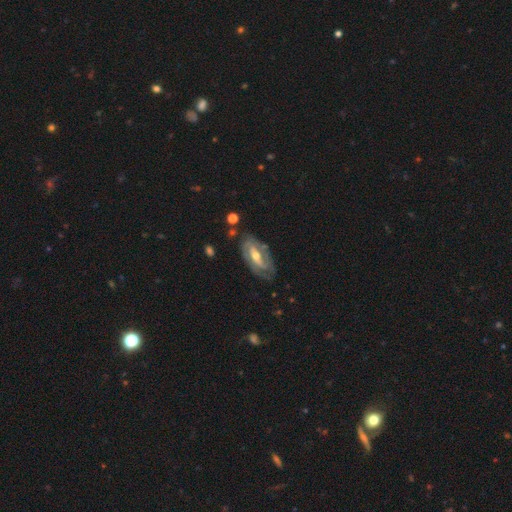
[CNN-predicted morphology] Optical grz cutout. It shows a featured or disk galaxy (83%) with a strong bar (40%), 2 (65%) tight (54%) spiral arms (88%) and a moderate central bulge (65%). Merging: none (73%).